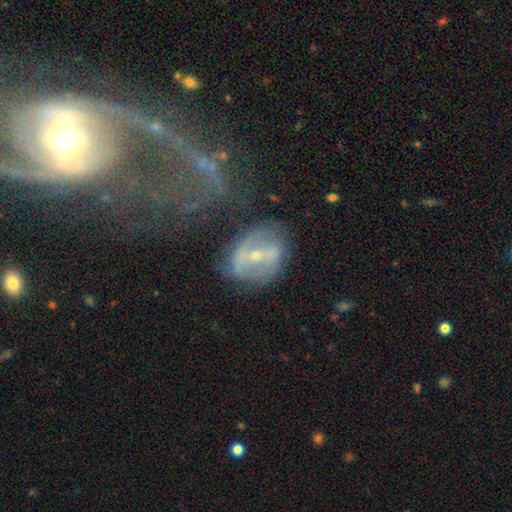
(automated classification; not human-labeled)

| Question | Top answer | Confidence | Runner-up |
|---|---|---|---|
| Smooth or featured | featured or disk | 73% | smooth (17%) |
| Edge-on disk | no | 91% | yes (9%) |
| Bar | strong | 59% | weak (27%) |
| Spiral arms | no | 50% | tied: yes (50%) |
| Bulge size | small | 66% | moderate (30%) |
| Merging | none | 64% | minor disturbance (20%) |